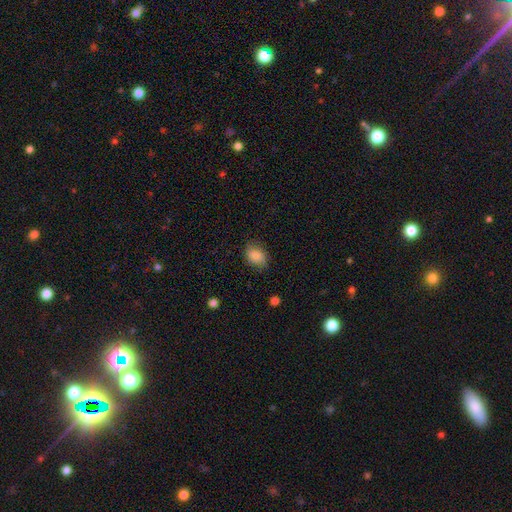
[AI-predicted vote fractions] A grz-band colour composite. It shows a smooth galaxy with no disk features (84%) that is in between round and cigar-shaped (63%). Merging: none (75%).